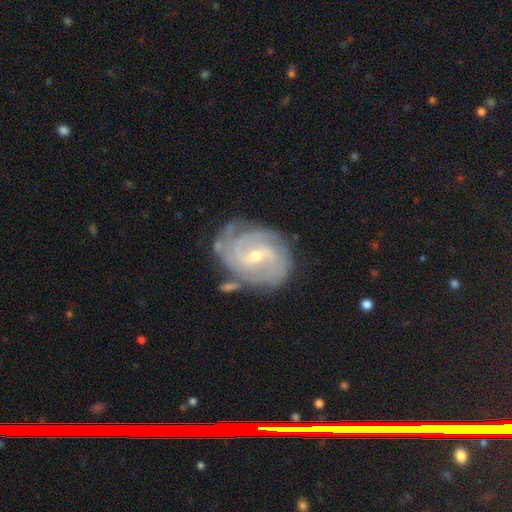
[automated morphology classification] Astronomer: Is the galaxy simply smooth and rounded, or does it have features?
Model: featured or disk — 89%.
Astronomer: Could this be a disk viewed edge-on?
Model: no — 97%.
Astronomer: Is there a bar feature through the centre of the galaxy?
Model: weak — 53%.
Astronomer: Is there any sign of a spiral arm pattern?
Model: yes — 97%.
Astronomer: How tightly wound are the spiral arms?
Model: tight — 66%.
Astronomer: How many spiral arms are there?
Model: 3 — 29% (runner-up: 2, 28%).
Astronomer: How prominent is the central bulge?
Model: small — 58% (runner-up: moderate, 39%).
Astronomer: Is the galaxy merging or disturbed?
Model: none — 68%.